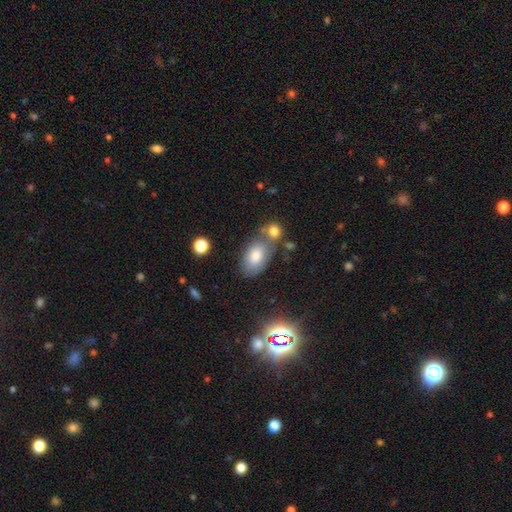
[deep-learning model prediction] Smooth or featured? Predicted: smooth (p=0.73). How rounded? Predicted: in between (p=0.90). Merging? Predicted: none (p=0.53).